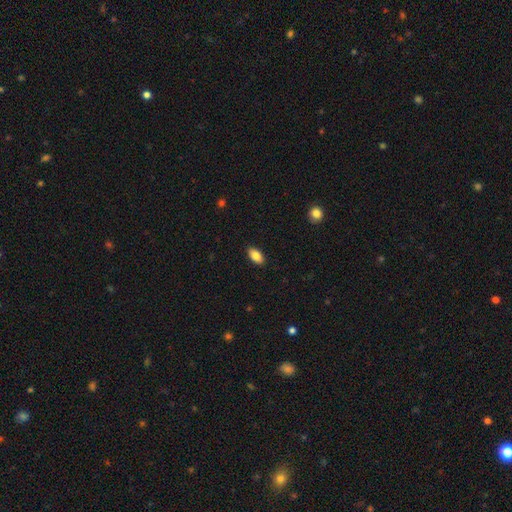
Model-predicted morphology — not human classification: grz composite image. It shows a smooth galaxy with no disk features (85%) that is in between round and cigar-shaped (93%). Merging: none (89%).